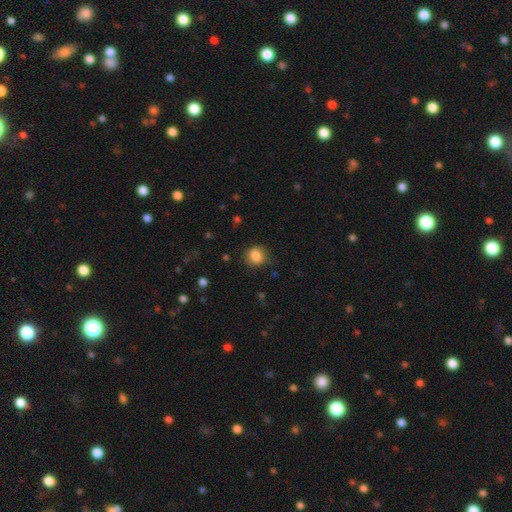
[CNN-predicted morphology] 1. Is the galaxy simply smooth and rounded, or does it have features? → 85% smooth, 9% star or artifact, 5% featured or disk.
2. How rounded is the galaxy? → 72% round, 27% in between, 1% cigar-shaped.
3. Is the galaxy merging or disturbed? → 77% none, 17% minor disturbance, 5% major disturbance, 1% merger.